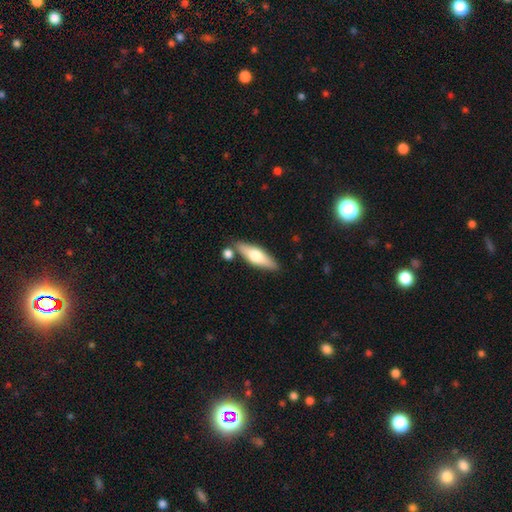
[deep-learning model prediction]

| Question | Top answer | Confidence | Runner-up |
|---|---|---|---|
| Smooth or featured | smooth | 53% | featured or disk (42%) |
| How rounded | cigar-shaped | 56% | in between (41%) |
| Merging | none | 79% | minor disturbance (10%) |